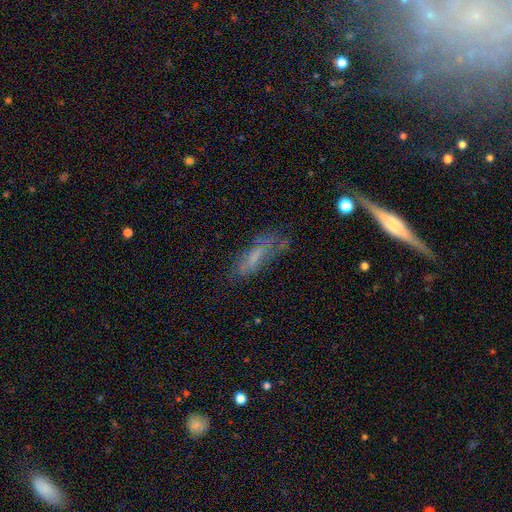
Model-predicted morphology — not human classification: This appears to be a smooth galaxy with no disk features (46%). Merging: none (48%).